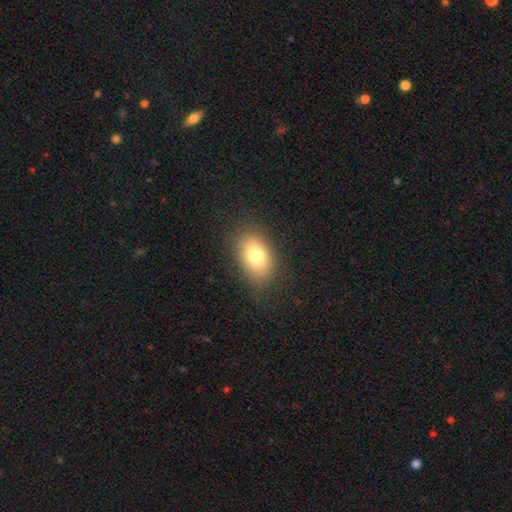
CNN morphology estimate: smooth 76%, featured or disk 13%, star or artifact 11%. Down the decision tree: how rounded — in between (82%); merging — none (84%).